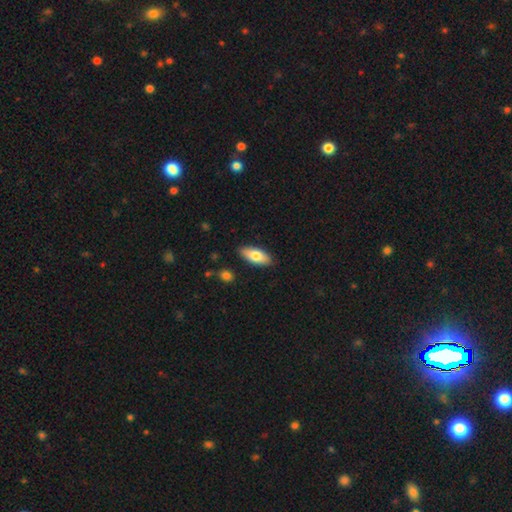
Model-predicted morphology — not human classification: Smooth or featured?
  - smooth: 76% *
  - featured or disk: 18%
  - star or artifact: 6%
How rounded?
  - in between: 82% *
  - cigar-shaped: 16%
  - round: 2%
Merging?
  - none: 87% *
  - minor disturbance: 9%
  - major disturbance: 2%
  - merger: 2%